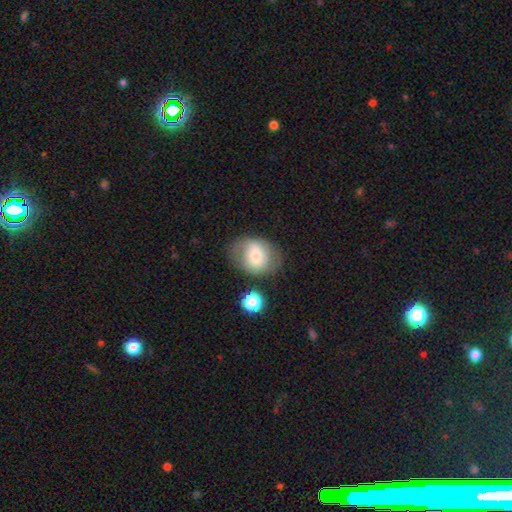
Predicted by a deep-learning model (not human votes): Smooth or featured: smooth — 57% (featured or disk — 34%)
How rounded: in between — 50% (round — 48%)
Merging: none — 64% (minor disturbance — 21%)